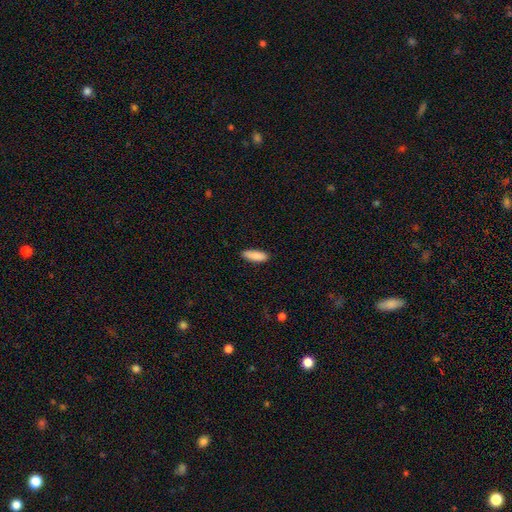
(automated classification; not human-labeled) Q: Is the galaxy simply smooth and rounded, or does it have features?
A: smooth — 89%.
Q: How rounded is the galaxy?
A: in between — 59%.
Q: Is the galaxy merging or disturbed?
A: none — 85%.